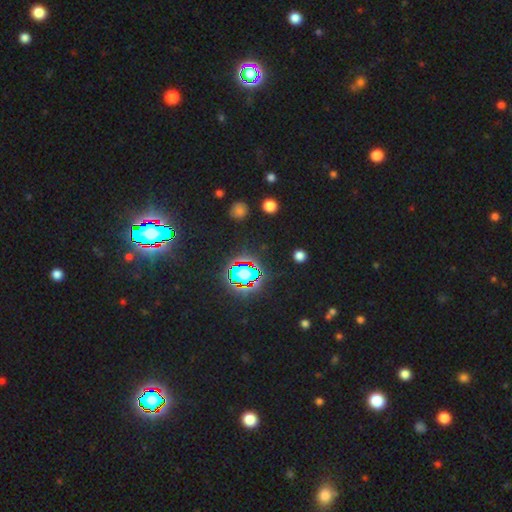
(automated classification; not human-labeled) This appears to be a star or artifact, not a galaxy (79%).